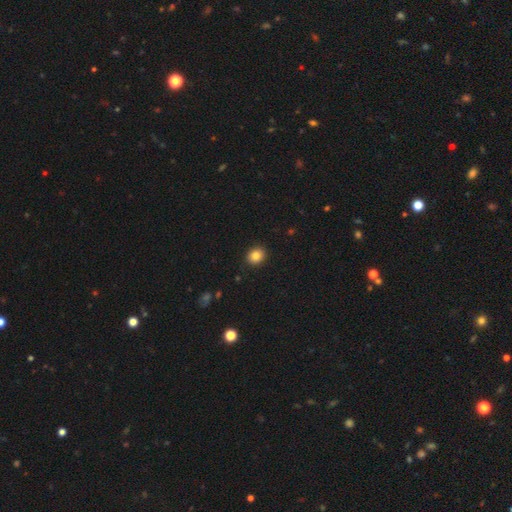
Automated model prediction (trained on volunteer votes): smooth-or-featured: smooth: 85% | star or artifact: 10% | featured or disk: 5%
  how-rounded: round: 69% | in between: 30% | cigar-shaped: 1%
  merging: none: 91% | minor disturbance: 6% | major disturbance: 2% | merger: 1%